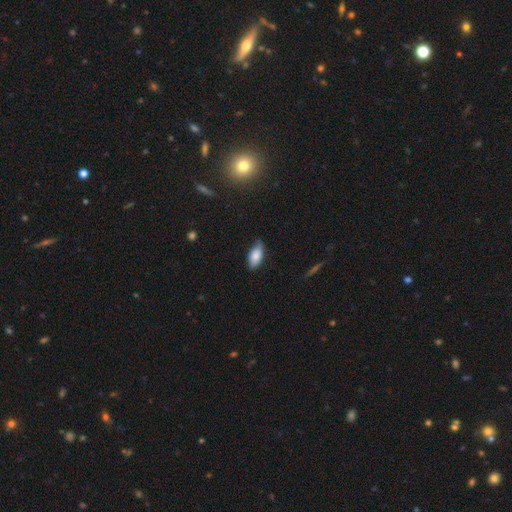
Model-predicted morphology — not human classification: Smooth or featured? Predicted: smooth (p=0.83). How rounded? Predicted: in between (p=0.91). Merging? Predicted: none (p=0.73).